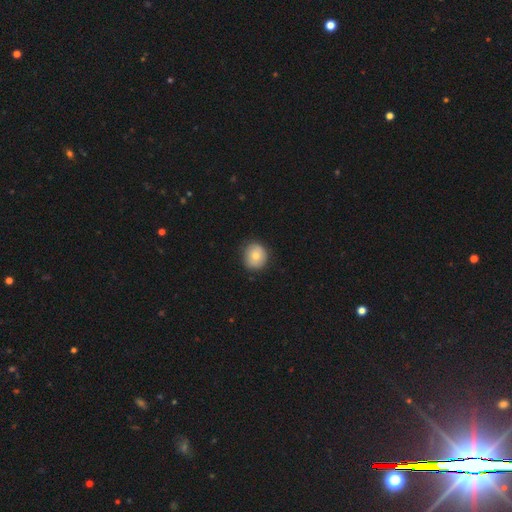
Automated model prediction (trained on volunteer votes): This is likely a smooth galaxy (74%). How rounded: clearly round (83%). Merging: clearly none (84%).